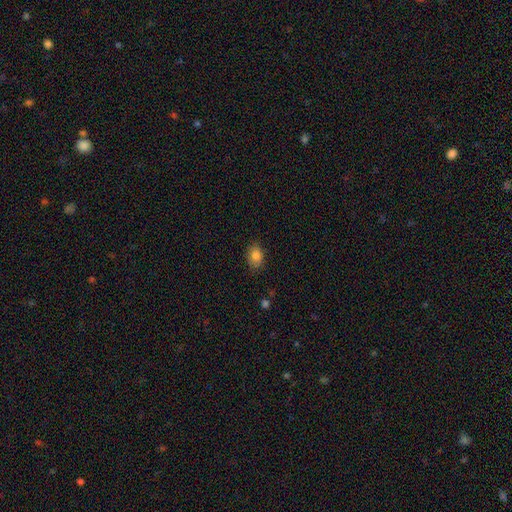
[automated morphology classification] smooth-or-featured: smooth: 83% | star or artifact: 9% | featured or disk: 8%
  how-rounded: in between: 75% | round: 24% | cigar-shaped: 1%
  merging: none: 82% | minor disturbance: 14% | major disturbance: 3% | merger: 1%